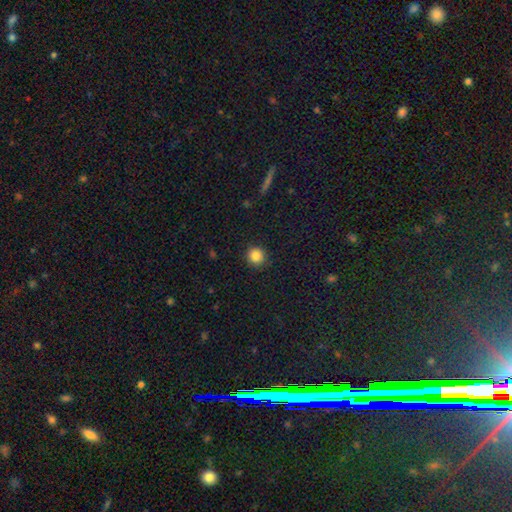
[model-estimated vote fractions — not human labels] Smooth or featured: smooth — 85% (star or artifact — 11%)
How rounded: round — 93% (in between — 6%)
Merging: none — 91% (minor disturbance — 6%)